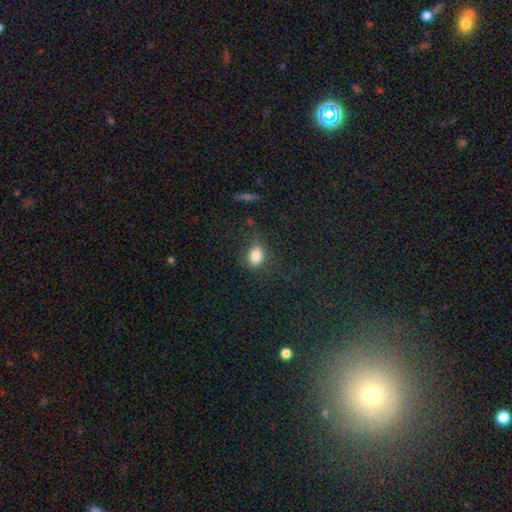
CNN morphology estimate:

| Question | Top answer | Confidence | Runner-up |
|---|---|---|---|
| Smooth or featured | smooth | 83% | star or artifact (11%) |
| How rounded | in between | 66% | round (32%) |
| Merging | none | 69% | minor disturbance (19%) |